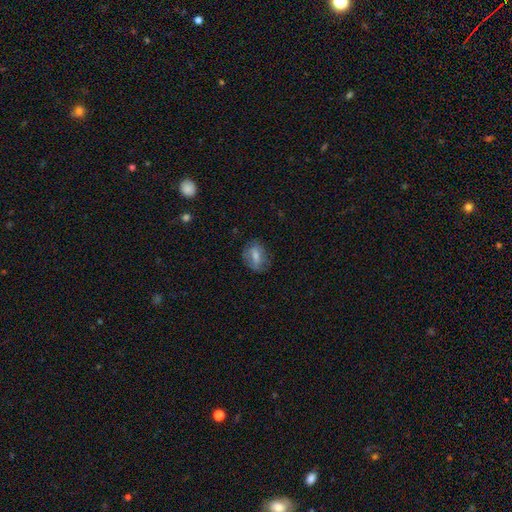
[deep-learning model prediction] This is possibly a smooth galaxy (60%). How rounded: likely in between (66%). Merging: likely none (67%).